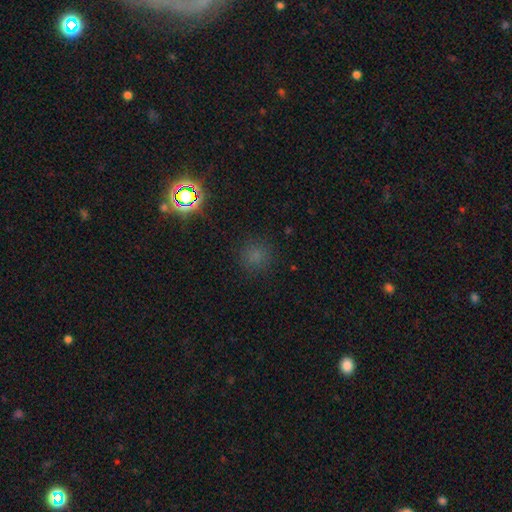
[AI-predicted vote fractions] A smooth galaxy with no disk features (64%) that is round (89%). Merging: none (84%).